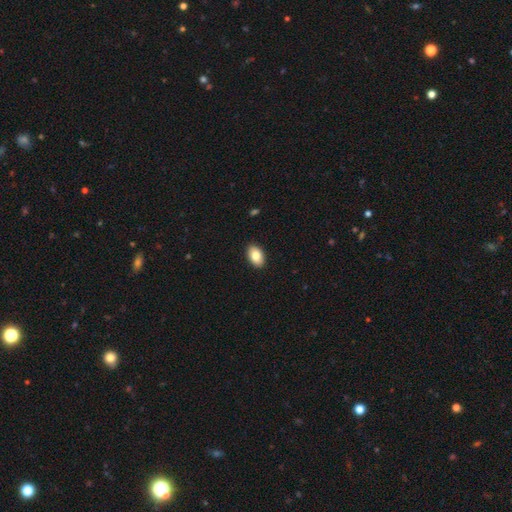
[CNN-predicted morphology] A smooth galaxy with no disk features (85%) that is in between round and cigar-shaped (92%). Merging: none (91%).